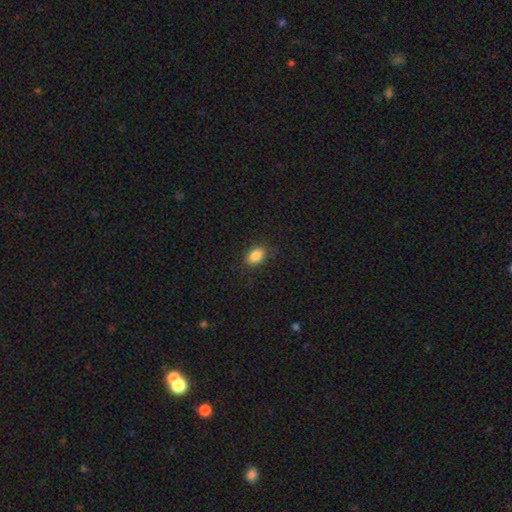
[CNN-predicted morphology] type=smooth (87%); roundness=in between (80%); merging=none (85%).